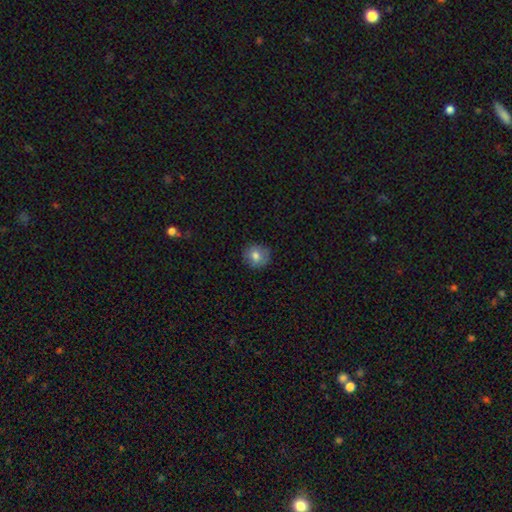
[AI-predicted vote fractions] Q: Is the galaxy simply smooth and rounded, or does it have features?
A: smooth — 78%.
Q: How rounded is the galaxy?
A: round — 89%.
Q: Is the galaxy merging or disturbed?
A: none — 86%.